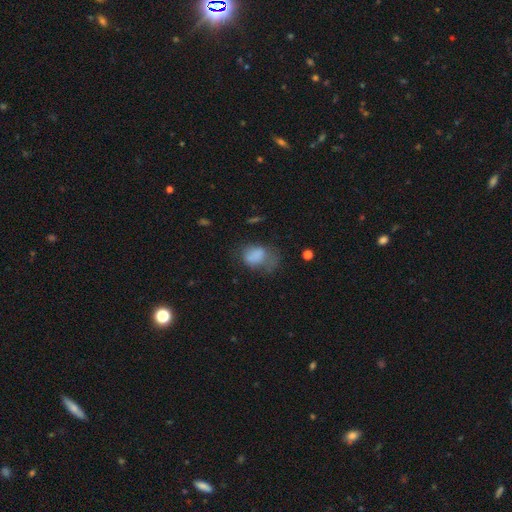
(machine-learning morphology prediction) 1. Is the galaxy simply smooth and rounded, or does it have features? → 74% smooth, 15% featured or disk, 11% star or artifact.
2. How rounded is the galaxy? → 70% in between, 29% round, 1% cigar-shaped.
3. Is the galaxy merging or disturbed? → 34% major disturbance, 32% none, 29% minor disturbance, 5% merger.